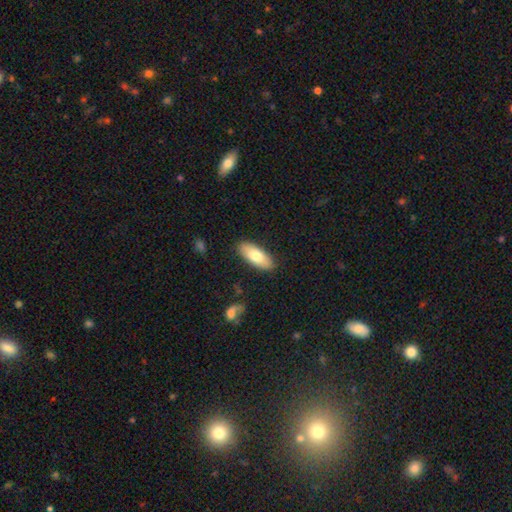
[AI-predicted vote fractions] Smooth or featured? Predicted: smooth (p=0.76). How rounded? Predicted: in between (p=0.81). Merging? Predicted: none (p=0.88).